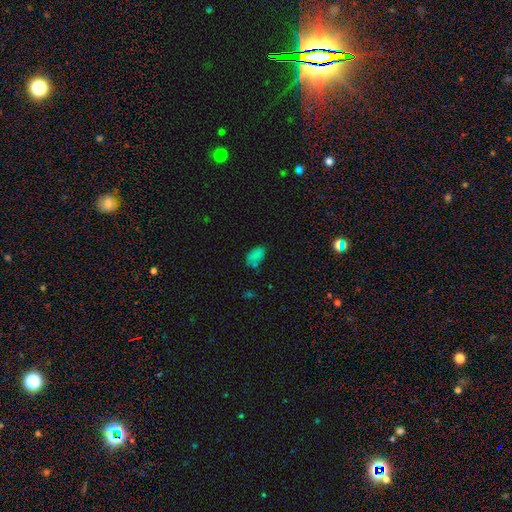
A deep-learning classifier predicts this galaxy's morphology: This is likely a smooth galaxy (72%). How rounded: clearly in between (91%). Merging: likely none (61%).